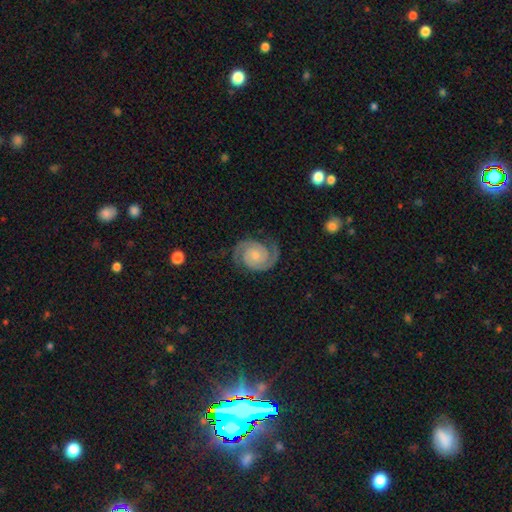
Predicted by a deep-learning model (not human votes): smooth-or-featured: featured or disk: 91% | smooth: 5% | star or artifact: 4%
  disk-edge-on: no: 98% | yes: 2%
    bar: no: 69% | weak: 25% | strong: 6%
    has-spiral-arms: yes: 99% | no: 1%
      spiral-winding: tight: 60% | medium: 34% | loose: 6%
      spiral-arm-count: 2: 93% | can't tell: 2% | 3: 2% | 1: 1% | 4: 1% | more than 4: 1%
    bulge-size: small: 50% | moderate: 31% | none: 15% | large: 3% | dominant: 1%
  merging: none: 80% | minor disturbance: 13% | major disturbance: 5% | merger: 1%